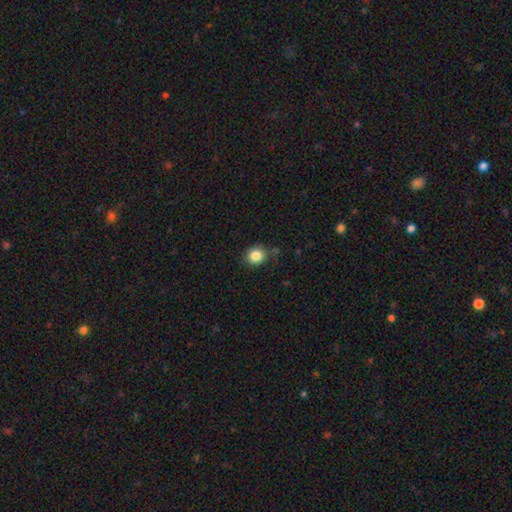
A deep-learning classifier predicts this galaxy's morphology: Smooth or featured?
  - smooth: 85% *
  - star or artifact: 10%
  - featured or disk: 5%
How rounded?
  - round: 83% *
  - in between: 16%
  - cigar-shaped: 1%
Merging?
  - none: 81% *
  - minor disturbance: 13%
  - major disturbance: 3%
  - merger: 3%